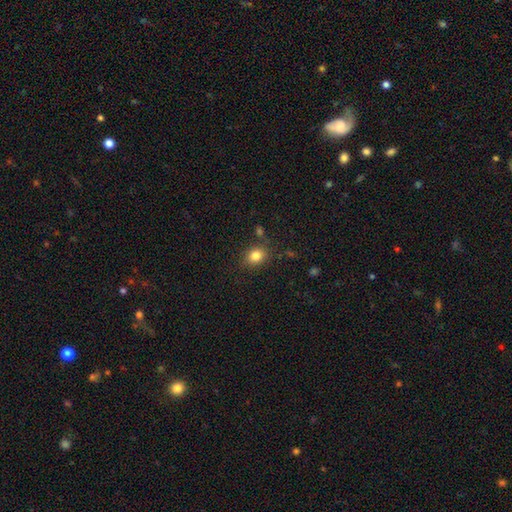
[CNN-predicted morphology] type=smooth (83%); roundness=round (52%); merging=none (80%).